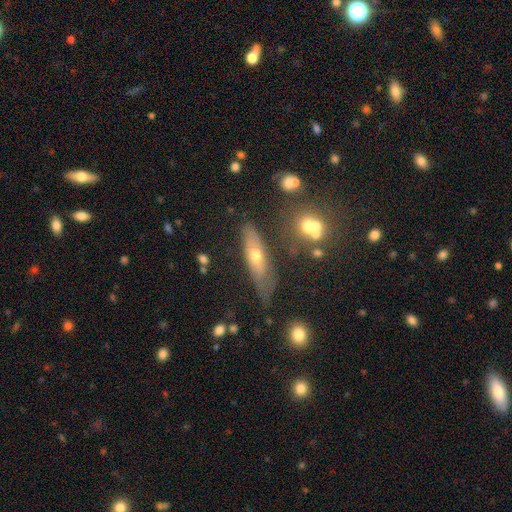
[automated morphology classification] smooth-or-featured: smooth: 48% | featured or disk: 44% | star or artifact: 9%
  merging: none: 57% | minor disturbance: 28% | major disturbance: 10% | merger: 6%